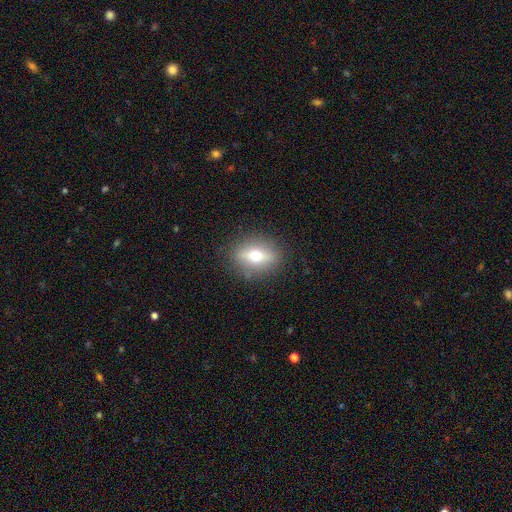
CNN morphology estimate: The model was most divided on "smooth or featured": smooth: 48%, featured or disk: 42%, star or artifact: 10%. More confident: merging — none (86%).